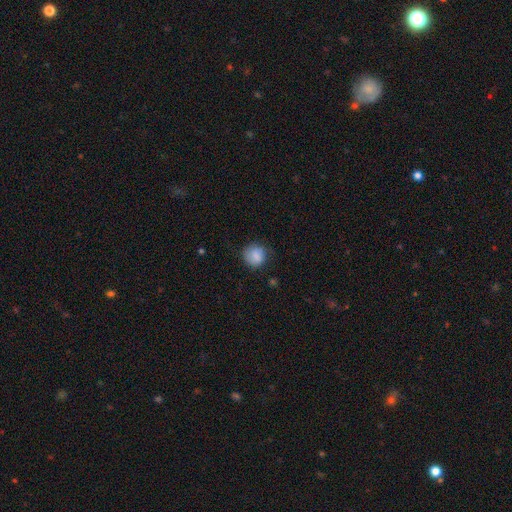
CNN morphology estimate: Smooth or featured? Predicted: smooth (p=0.86). How rounded? Predicted: round (p=0.86). Merging? Predicted: none (p=0.72).